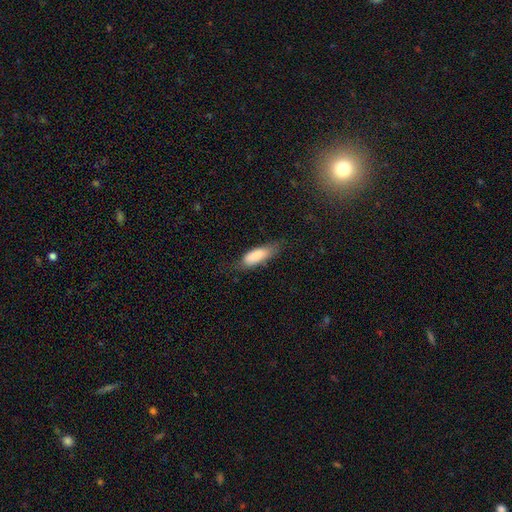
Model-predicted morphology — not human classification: Smooth or featured?
  - smooth: 83% *
  - featured or disk: 11%
  - star or artifact: 6%
How rounded?
  - in between: 64% *
  - cigar-shaped: 35%
  - round: 2%
Merging?
  - none: 62% *
  - minor disturbance: 28%
  - major disturbance: 9%
  - merger: 2%